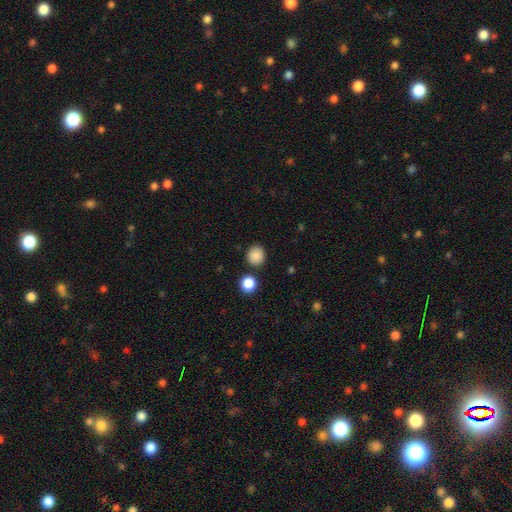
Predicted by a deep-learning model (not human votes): Q: Smooth or featured?
A: smooth (87%); runner-up: star or artifact (10%)
Q: How rounded?
A: round (91%); runner-up: in between (8%)
Q: Merging?
A: none (85%); runner-up: minor disturbance (8%)